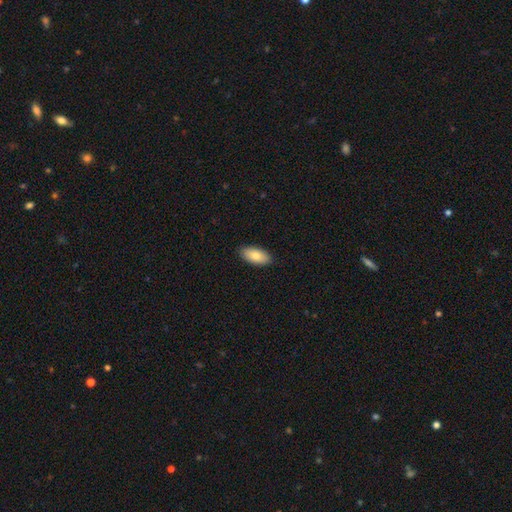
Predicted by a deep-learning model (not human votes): This appears to be a smooth galaxy with no disk features (82%) that is in between round and cigar-shaped (92%). Merging: none (89%).